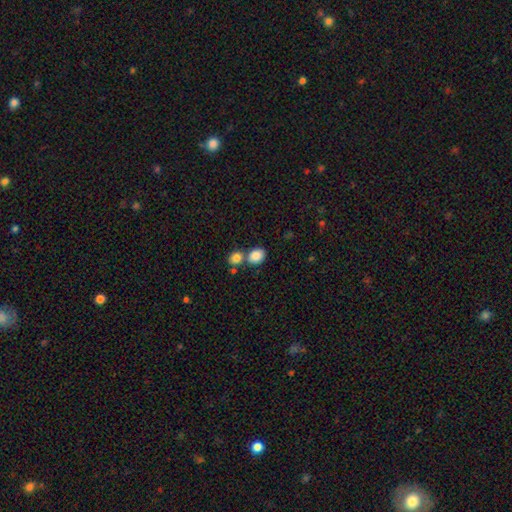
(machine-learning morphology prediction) Q: Smooth or featured?
A: smooth (86%); runner-up: star or artifact (9%)
Q: How rounded?
A: in between (62%); runner-up: round (37%)
Q: Merging?
A: none (52%); runner-up: merger (35%)